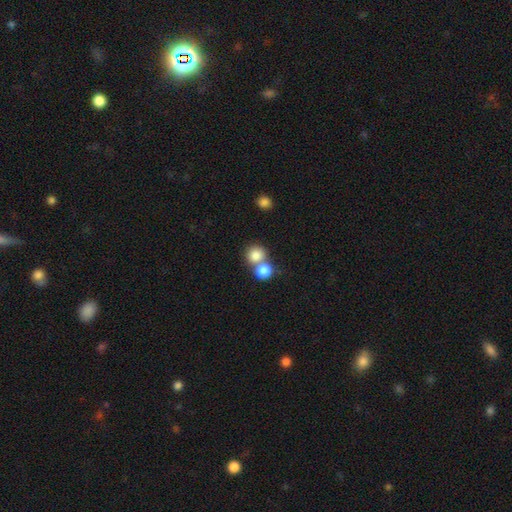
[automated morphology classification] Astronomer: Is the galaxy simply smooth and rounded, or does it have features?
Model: smooth — 82%.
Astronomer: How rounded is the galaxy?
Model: round — 85%.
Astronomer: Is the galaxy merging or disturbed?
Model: merger — 51% (runner-up: none, 41%).